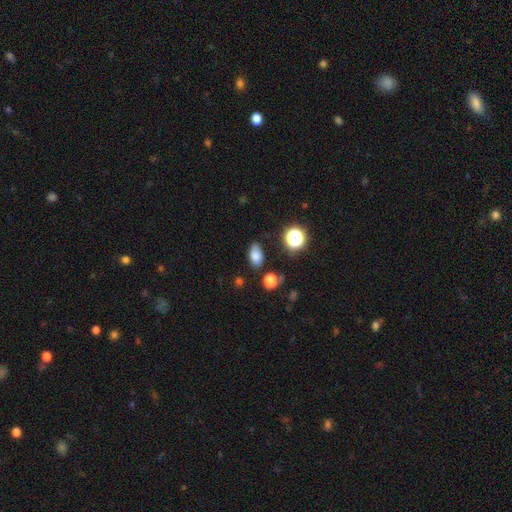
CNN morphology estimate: Q: Smooth or featured?
A: smooth (78%); runner-up: star or artifact (14%)
Q: How rounded?
A: in between (85%); runner-up: round (13%)
Q: Merging?
A: none (70%); runner-up: minor disturbance (21%)